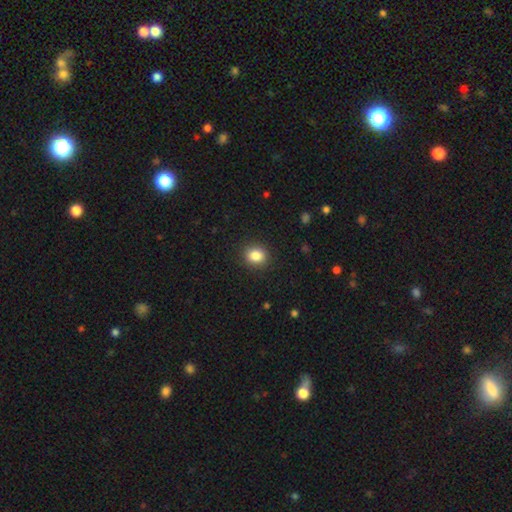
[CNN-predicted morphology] smooth_or_featured: smooth (p=0.85) [alt: star or artifact p=0.10]
how_rounded: round (p=0.70) [alt: in between p=0.29]
merging: none (p=0.89) [alt: minor disturbance p=0.08]